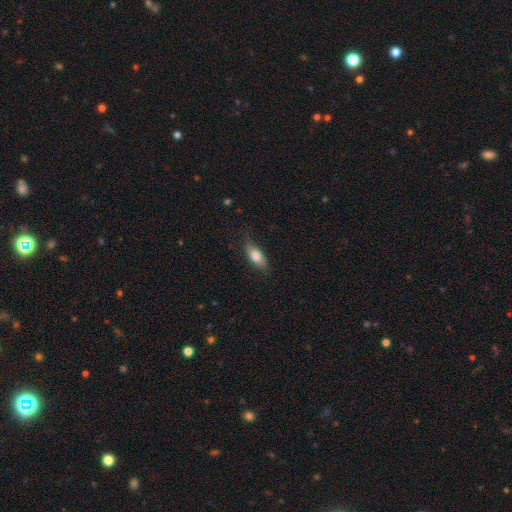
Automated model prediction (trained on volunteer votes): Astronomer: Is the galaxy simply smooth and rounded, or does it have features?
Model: smooth — 76%.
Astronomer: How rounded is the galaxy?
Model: in between — 80%.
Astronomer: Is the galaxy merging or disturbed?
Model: none — 70%.